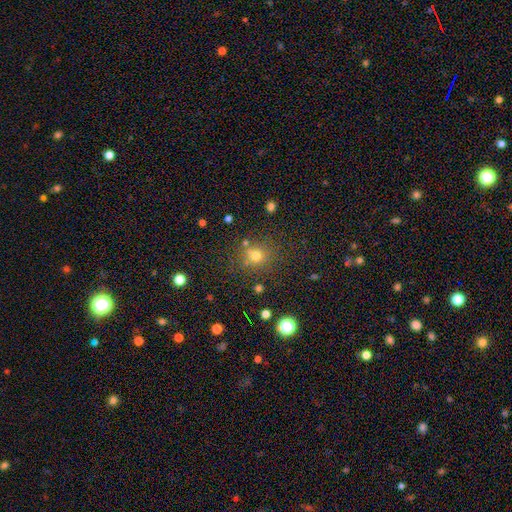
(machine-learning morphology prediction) This appears to be a smooth galaxy with no disk features (70%) that is round (84%). Merging: none (75%).